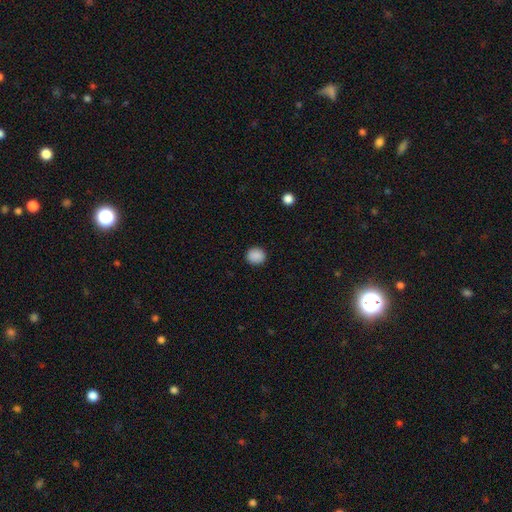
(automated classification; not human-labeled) The model was most divided on "how rounded": round: 84%, in between: 15%, cigar-shaped: 1%. More confident: merging — none (91%); smooth or featured — smooth (89%).